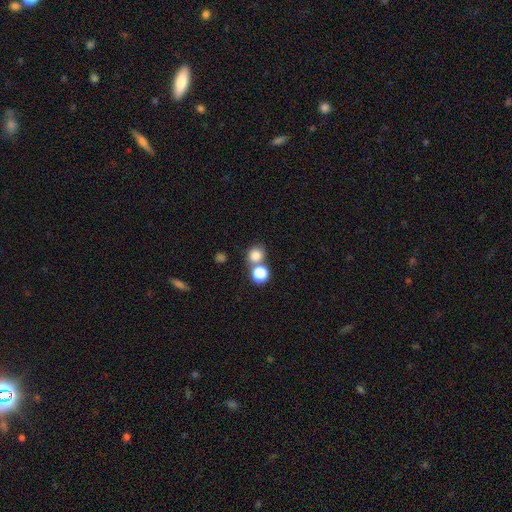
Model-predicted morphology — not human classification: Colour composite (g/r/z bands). It shows a smooth galaxy with no disk features (79%) that is round (85%). Merging: none (62%).